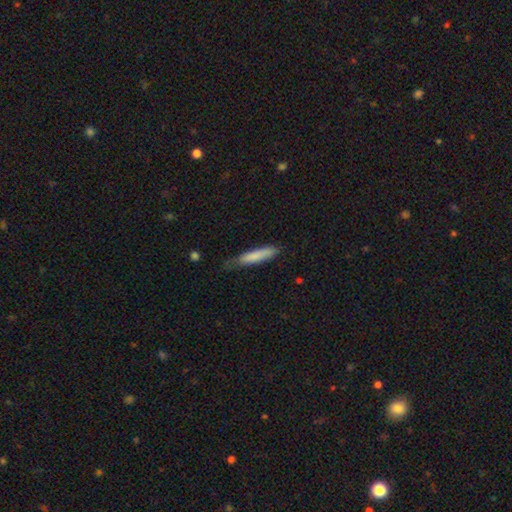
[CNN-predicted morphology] Smooth or featured: smooth — 80% (featured or disk — 14%)
How rounded: cigar-shaped — 87% (in between — 12%)
Merging: none — 64% (minor disturbance — 29%)